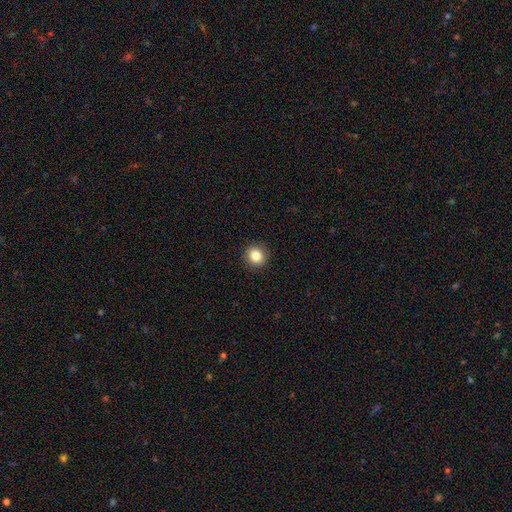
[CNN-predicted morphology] The model was most divided on "smooth or featured": smooth: 85%, star or artifact: 10%, featured or disk: 5%. More confident: merging — none (92%); how rounded — round (92%).